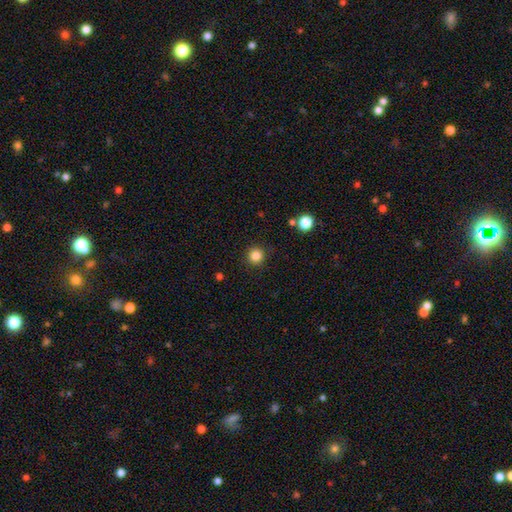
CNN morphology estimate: A smooth galaxy with no disk features (84%) that is round (95%).

Vote fractions:
- Smooth or featured? smooth: 84% / star or artifact: 12% / featured or disk: 4%
- How rounded? round: 95% / in between: 4% / cigar-shaped: 1%
- Merging? none: 91% / minor disturbance: 5% / major disturbance: 2% / merger: 1%